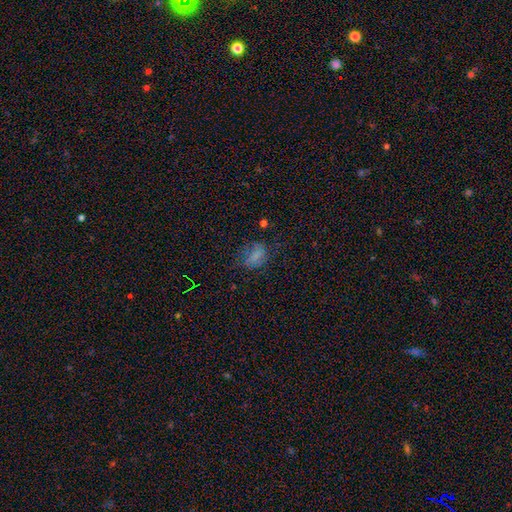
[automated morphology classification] This appears to be a smooth galaxy with no disk features (63%) that is in between round and cigar-shaped (80%). Merging: none (51%).